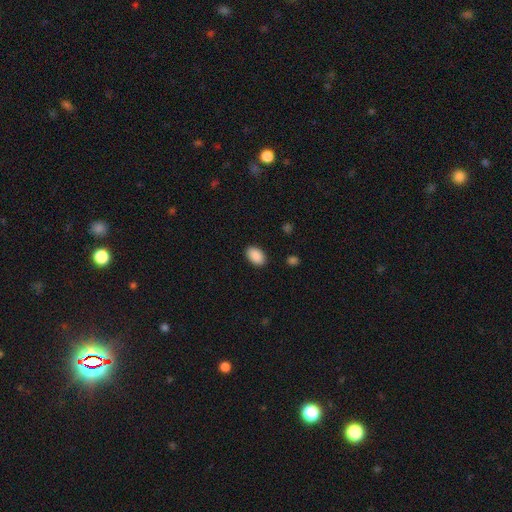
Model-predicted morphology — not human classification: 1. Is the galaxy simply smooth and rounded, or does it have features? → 90% smooth, 7% star or artifact, 3% featured or disk.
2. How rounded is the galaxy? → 90% in between, 9% round, 1% cigar-shaped.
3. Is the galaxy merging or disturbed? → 88% none, 8% minor disturbance, 2% major disturbance, 1% merger.